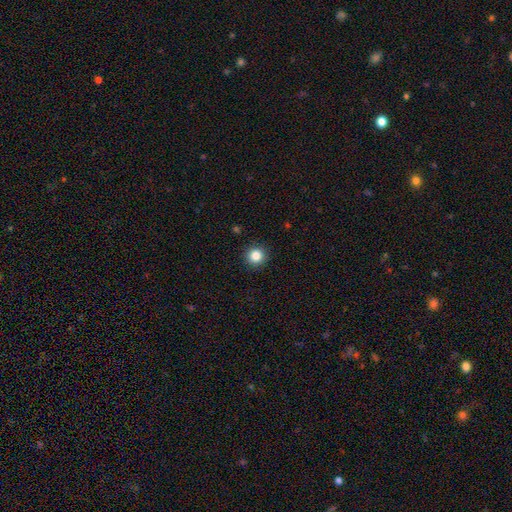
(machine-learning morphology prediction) Overall: smooth (85%). How rounded: round (94%). Merging: none (92%).